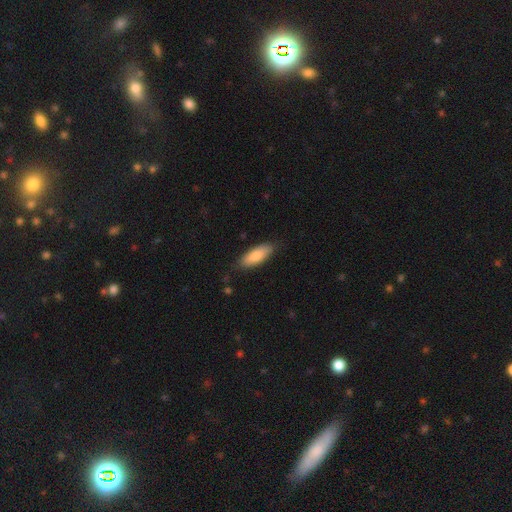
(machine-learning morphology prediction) The model was most divided on "how rounded": in between: 70%, cigar-shaped: 28%, round: 2%. More confident: merging — none (83%); smooth or featured — smooth (82%).